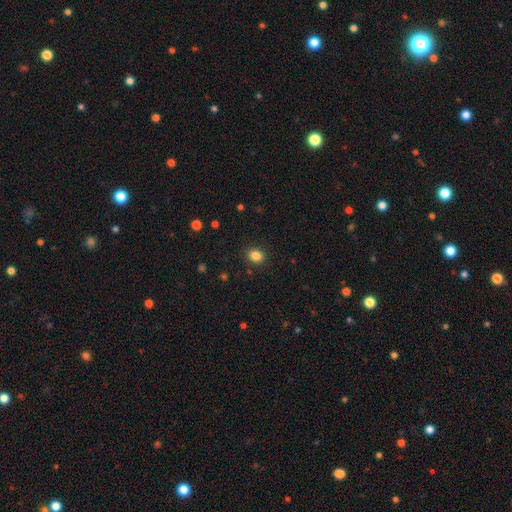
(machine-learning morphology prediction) This appears to be a smooth galaxy with no disk features (85%) that is round (62%). Merging: none (90%).